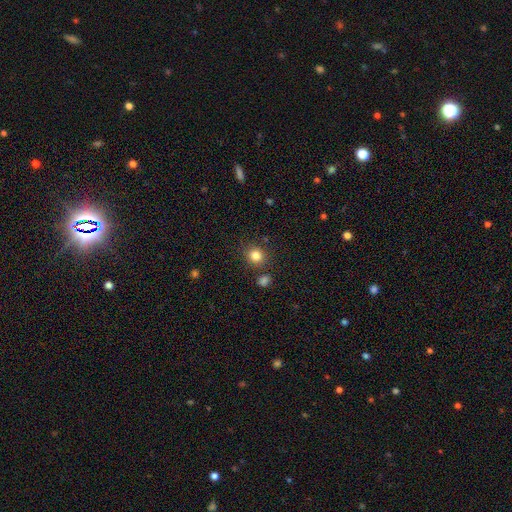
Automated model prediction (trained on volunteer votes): This appears to be a smooth galaxy with no disk features (83%) that is round (83%). Merging: none (83%).